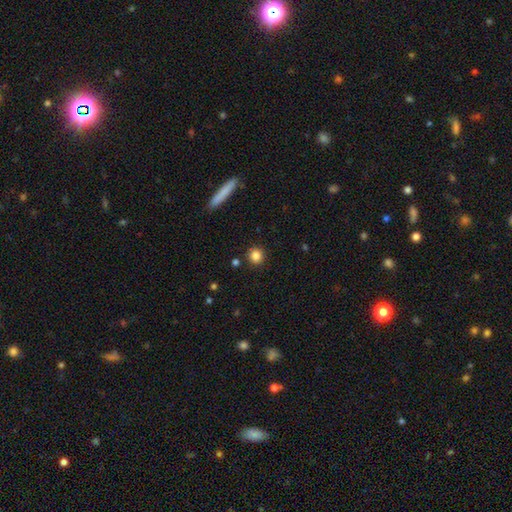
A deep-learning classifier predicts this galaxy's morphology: Smooth or featured? smooth (84%)
How rounded? round (91%)
Merging? none (88%)